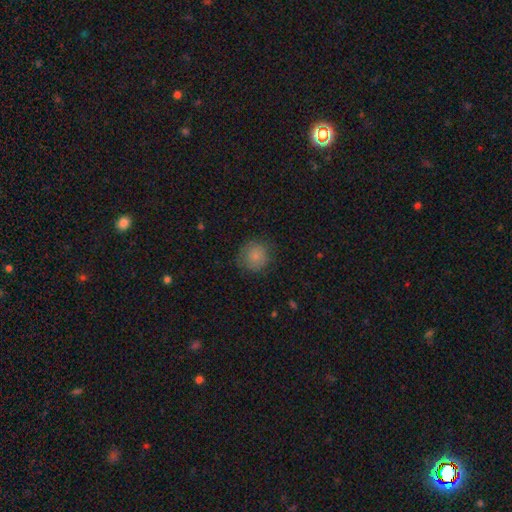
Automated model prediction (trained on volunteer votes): The model was most divided on "merging": none: 77%, minor disturbance: 16%, major disturbance: 6%, merger: 1%. More confident: how rounded — round (91%); smooth or featured — smooth (82%).